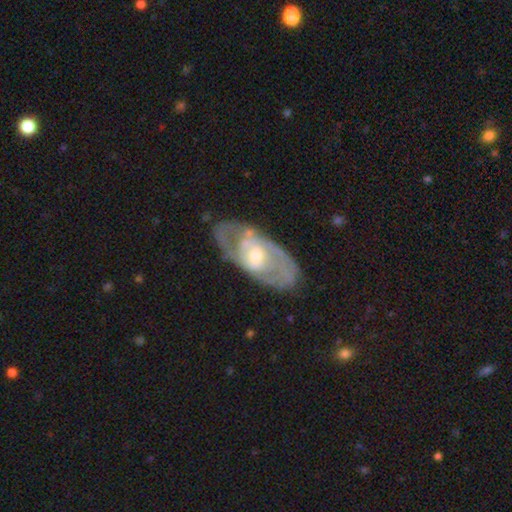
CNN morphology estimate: Smooth or featured: featured or disk — 75% (smooth — 20%)
Edge-on disk: no — 90% (yes — 10%)
Bar: no — 55% (weak — 34%)
Spiral arms: yes — 67% (no — 33%)
Bulge size: moderate — 56% (small — 37%)
Merging: none — 69% (minor disturbance — 19%)